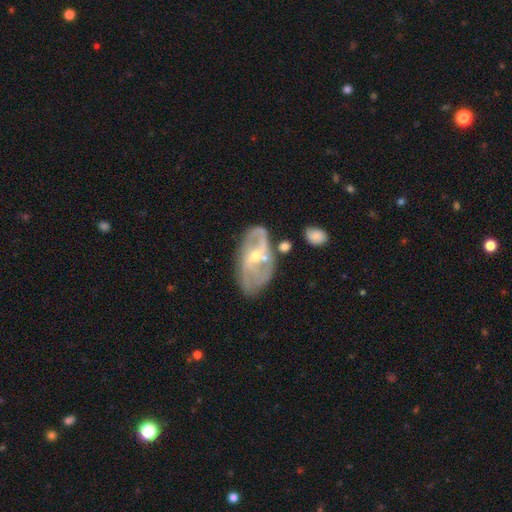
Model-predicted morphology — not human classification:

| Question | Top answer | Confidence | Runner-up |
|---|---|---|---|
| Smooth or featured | featured or disk | 78% | smooth (14%) |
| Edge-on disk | no | 92% | yes (8%) |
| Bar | weak | 38% | no (37%) |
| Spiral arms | yes | 76% | no (24%) |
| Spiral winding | medium | 38% | tight (33%) |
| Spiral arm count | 2 | 50% | can't tell (31%) |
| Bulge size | small | 52% | moderate (44%) |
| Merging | none | 60% | minor disturbance (21%) |